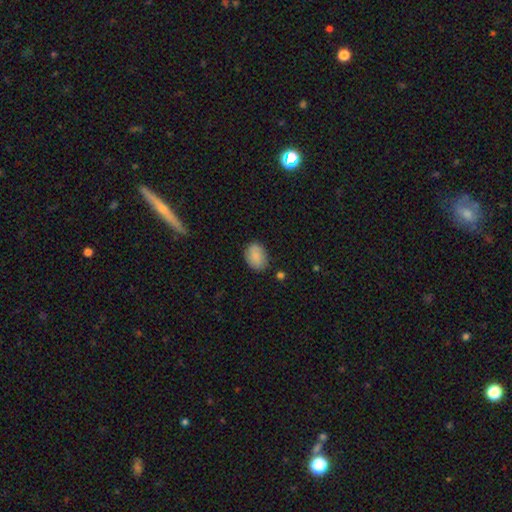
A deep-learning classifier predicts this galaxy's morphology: This appears to be a smooth galaxy with no disk features (86%) that is in between round and cigar-shaped (76%). Merging: none (77%).